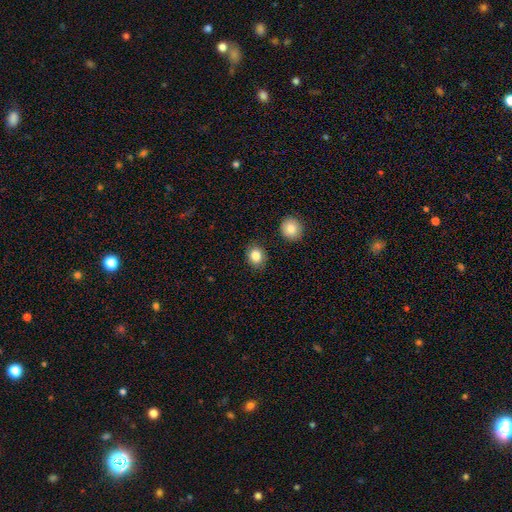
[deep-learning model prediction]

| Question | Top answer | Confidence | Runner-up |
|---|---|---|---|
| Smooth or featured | smooth | 84% | star or artifact (9%) |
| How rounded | round | 64% | in between (35%) |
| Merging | none | 86% | minor disturbance (9%) |